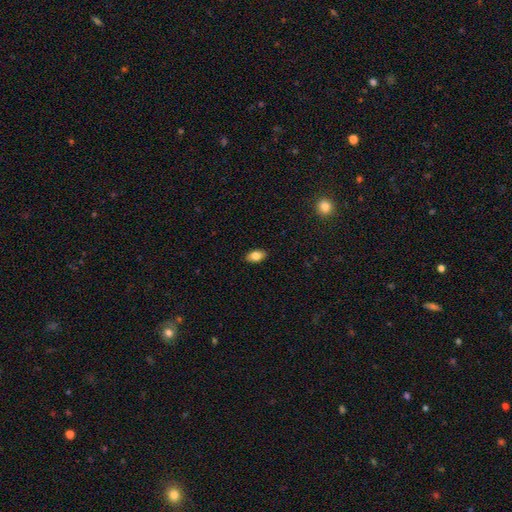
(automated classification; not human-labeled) smooth-or-featured: smooth: 83% | featured or disk: 9% | star or artifact: 7%
  how-rounded: in between: 92% | round: 5% | cigar-shaped: 3%
  merging: none: 89% | minor disturbance: 8% | major disturbance: 2% | merger: 1%